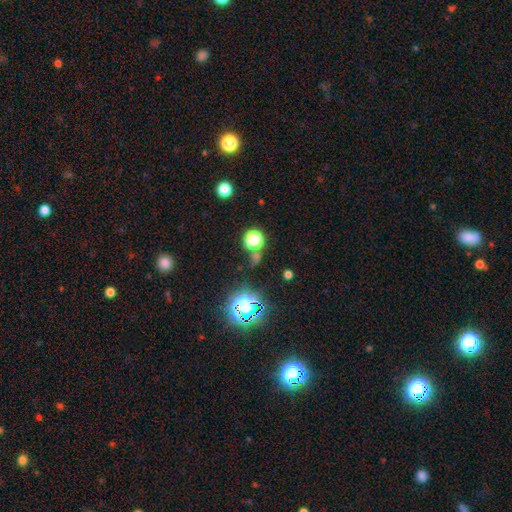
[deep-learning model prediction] Smooth or featured? Predicted: star or artifact (p=0.60).